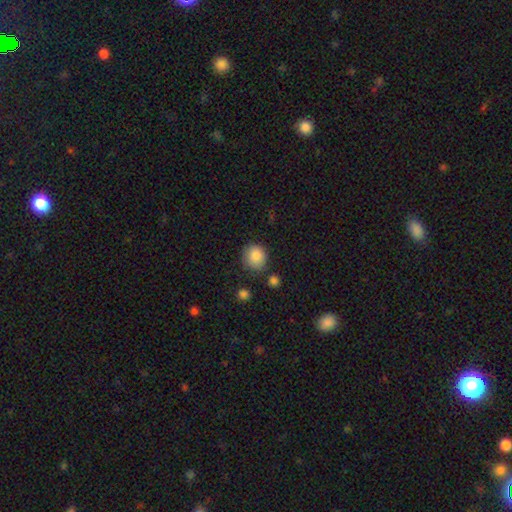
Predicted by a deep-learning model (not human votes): The model was most divided on "merging": none: 76%, minor disturbance: 15%, merger: 5%, major disturbance: 4%. More confident: smooth or featured — smooth (87%); how rounded — round (80%).